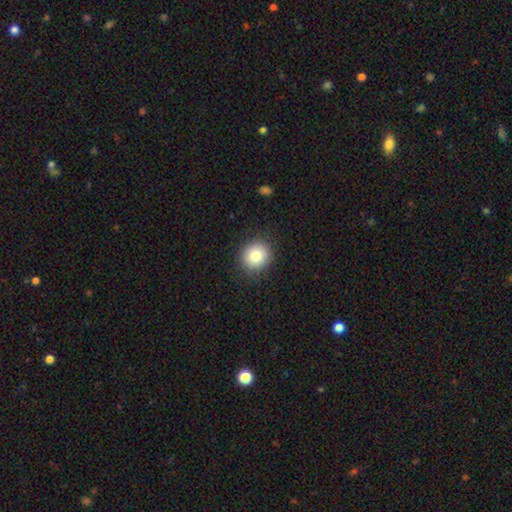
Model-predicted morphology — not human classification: smooth_or_featured: smooth (p=0.81) [alt: star or artifact p=0.10]
how_rounded: round (p=0.85) [alt: in between p=0.14]
merging: none (p=0.89) [alt: minor disturbance p=0.08]